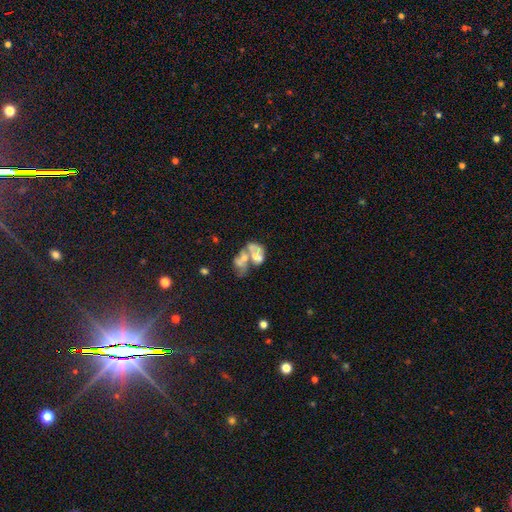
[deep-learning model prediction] Q: Smooth or featured?
A: star or artifact (55%); runner-up: featured or disk (25%)